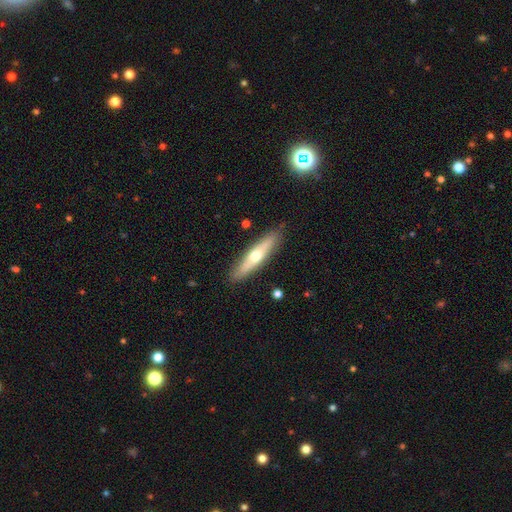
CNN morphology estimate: Q: Smooth or featured?
A: featured or disk (49%); runner-up: smooth (46%)
Q: Merging?
A: none (88%); runner-up: minor disturbance (9%)